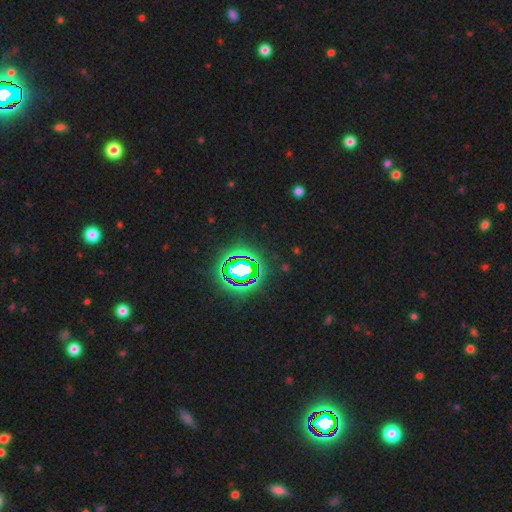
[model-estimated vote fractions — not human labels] Smooth or featured? Predicted: star or artifact (p=0.82).